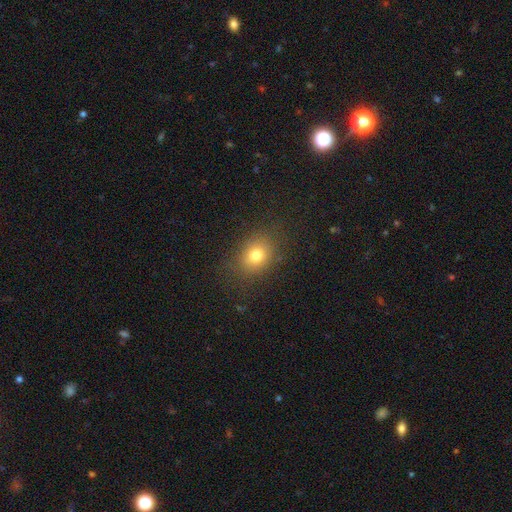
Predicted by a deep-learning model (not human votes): The model was most divided on "how rounded": in between: 51%, round: 48%, cigar-shaped: 1%. More confident: merging — none (82%); smooth or featured — smooth (76%).